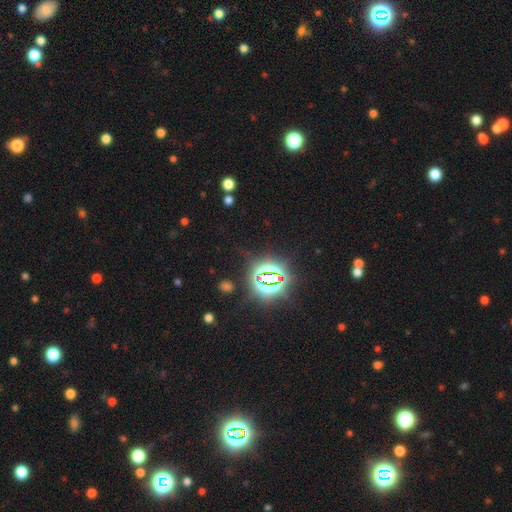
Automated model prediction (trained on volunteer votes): Smooth or featured? Predicted: star or artifact (p=0.78).